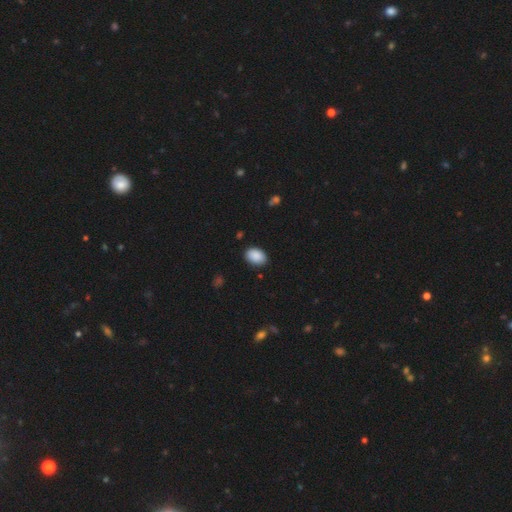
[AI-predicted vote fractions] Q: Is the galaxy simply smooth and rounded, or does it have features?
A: smooth — 90%.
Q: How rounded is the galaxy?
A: in between — 84%.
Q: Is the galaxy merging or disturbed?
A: none — 88%.